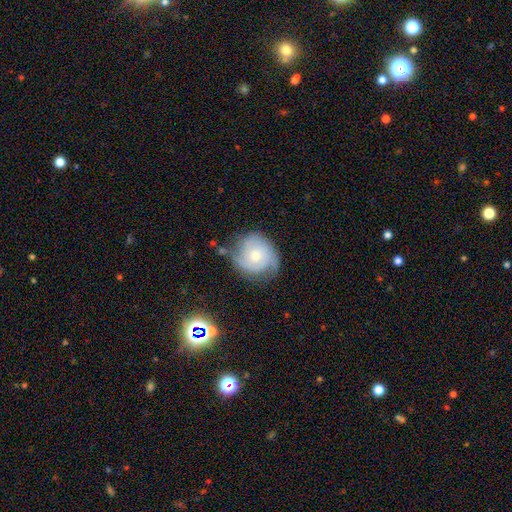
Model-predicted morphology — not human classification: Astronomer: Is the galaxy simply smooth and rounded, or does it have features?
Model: featured or disk — 64%.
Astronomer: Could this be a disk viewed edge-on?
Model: no — 97%.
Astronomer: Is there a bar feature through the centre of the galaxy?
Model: no — 75%.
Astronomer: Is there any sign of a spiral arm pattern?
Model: yes — 88%.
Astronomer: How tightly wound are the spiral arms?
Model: tight — 55% (runner-up: medium, 34%).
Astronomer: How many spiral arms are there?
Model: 2 — 42% (runner-up: can't tell, 28%).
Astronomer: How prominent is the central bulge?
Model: moderate — 53% (runner-up: small, 40%).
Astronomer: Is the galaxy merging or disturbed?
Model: none — 60%.